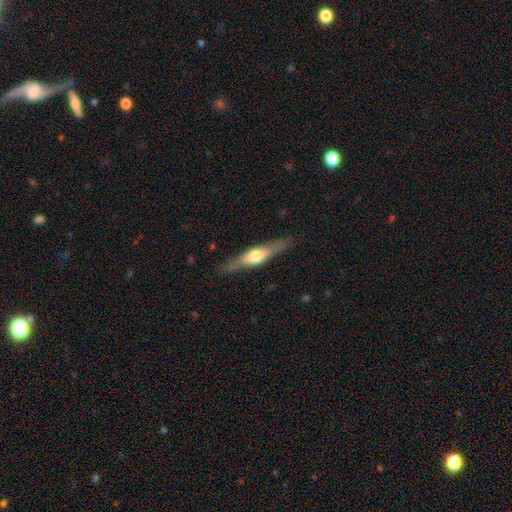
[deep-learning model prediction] Smooth or featured? featured or disk (58%)
Edge-on disk? yes (92%)
Edge-on bulge? rounded (91%)
Merging? none (85%)